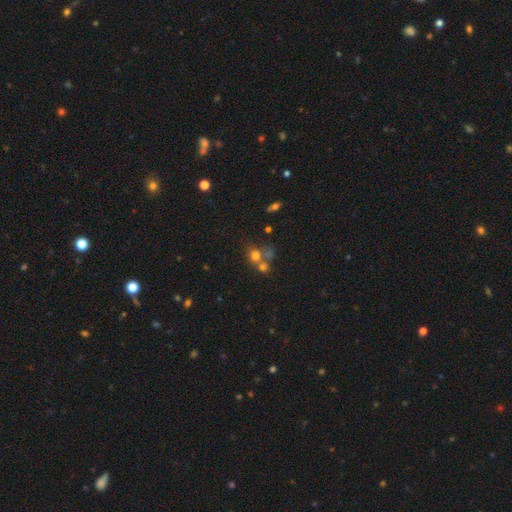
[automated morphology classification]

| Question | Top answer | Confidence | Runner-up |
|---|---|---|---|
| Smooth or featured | smooth | 65% | star or artifact (19%) |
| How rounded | round | 80% | in between (19%) |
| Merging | merger | 45% | none (40%) |